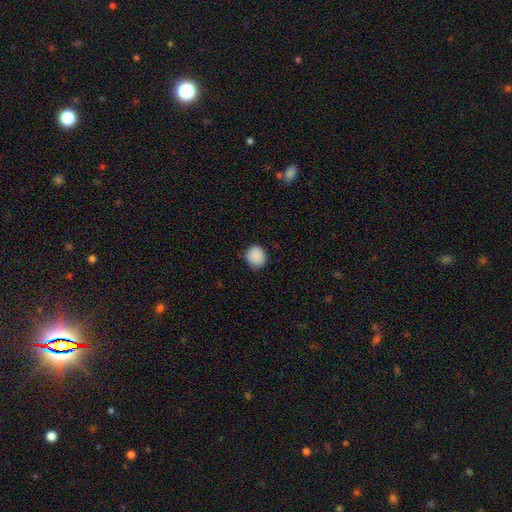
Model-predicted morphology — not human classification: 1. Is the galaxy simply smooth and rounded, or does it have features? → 89% smooth, 8% star or artifact, 3% featured or disk.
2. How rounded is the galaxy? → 86% round, 13% in between, 1% cigar-shaped.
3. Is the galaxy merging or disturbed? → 80% none, 16% minor disturbance, 3% major disturbance, 1% merger.